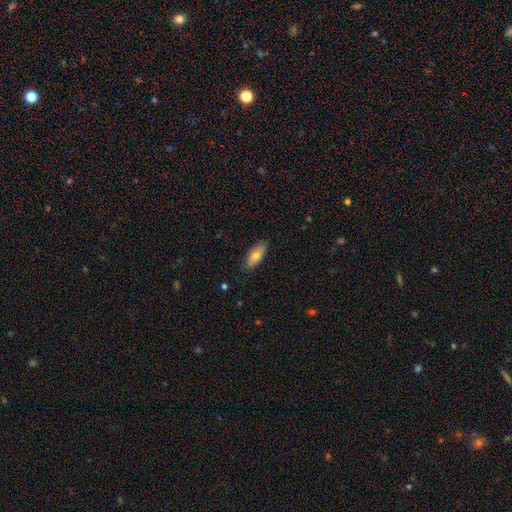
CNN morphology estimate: Smooth or featured?
  - smooth: 74% *
  - featured or disk: 20%
  - star or artifact: 6%
How rounded?
  - in between: 78% *
  - cigar-shaped: 20%
  - round: 2%
Merging?
  - none: 84% *
  - minor disturbance: 13%
  - major disturbance: 2%
  - merger: 1%